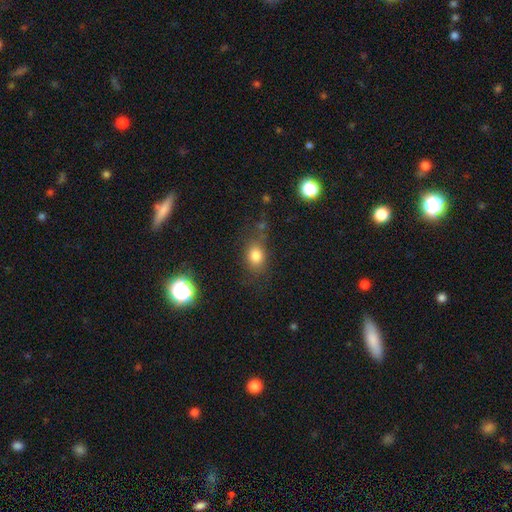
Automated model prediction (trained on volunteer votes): This is likely a smooth galaxy (79%). How rounded: possibly in between (58%). Merging: likely none (70%).